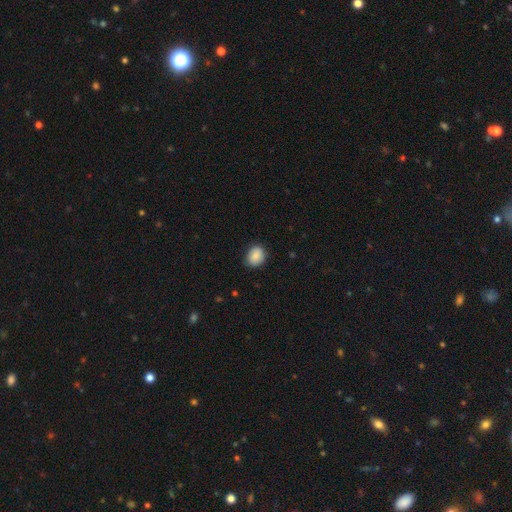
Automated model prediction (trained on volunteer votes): The model was most divided on "how rounded": round: 54%, in between: 46%, cigar-shaped: 1%. More confident: smooth or featured — smooth (86%); merging — none (80%).